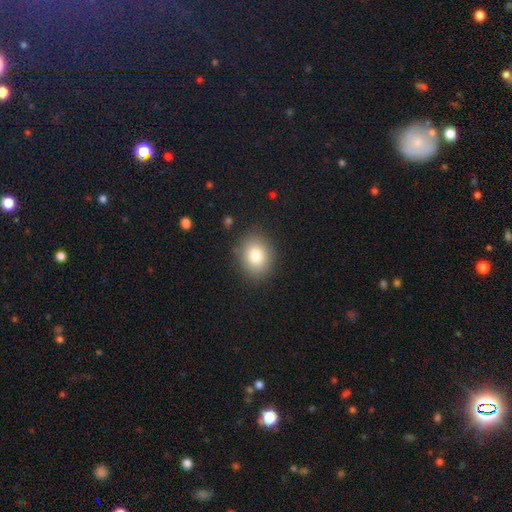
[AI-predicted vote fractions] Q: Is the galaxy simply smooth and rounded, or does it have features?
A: smooth — 81%.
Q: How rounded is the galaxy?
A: round — 57%.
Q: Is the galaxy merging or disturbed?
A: none — 87%.